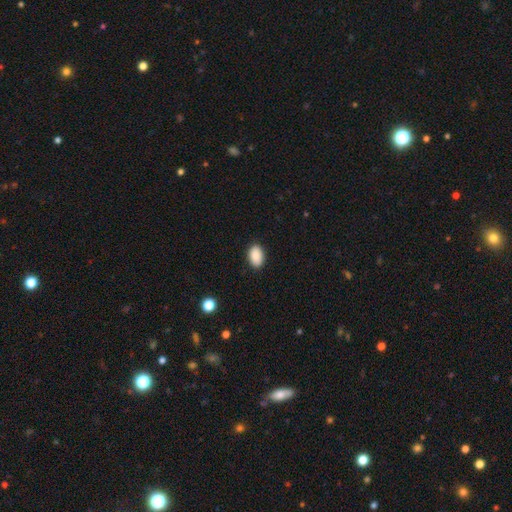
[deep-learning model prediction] This is clearly a smooth galaxy (90%). How rounded: clearly in between (90%). Merging: clearly none (89%).